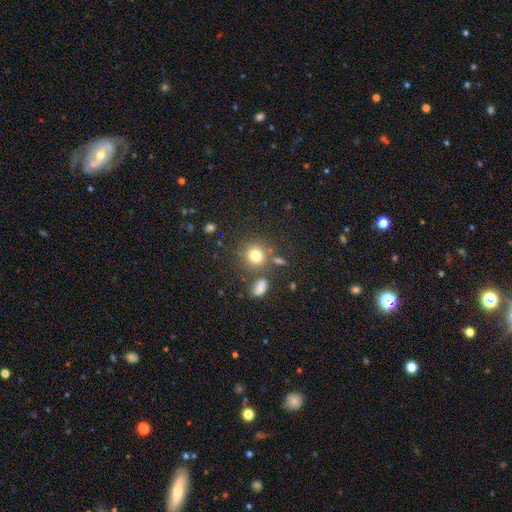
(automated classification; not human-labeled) smooth-or-featured: smooth: 77% | star or artifact: 15% | featured or disk: 9%
  how-rounded: round: 86% | in between: 13% | cigar-shaped: 1%
  merging: none: 75% | minor disturbance: 10% | merger: 10% | major disturbance: 4%